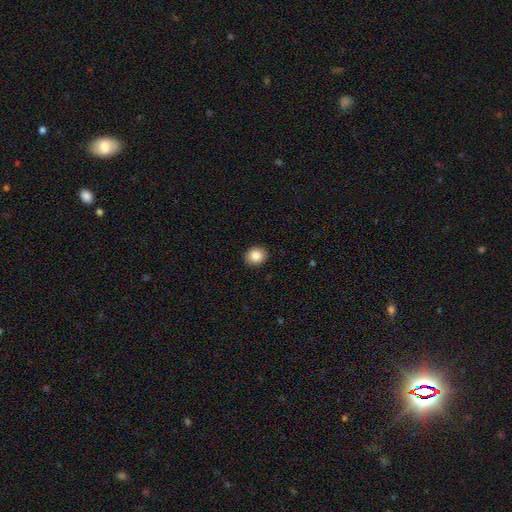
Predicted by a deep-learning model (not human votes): This is clearly a smooth galaxy (87%). How rounded: likely round (70%). Merging: clearly none (91%).